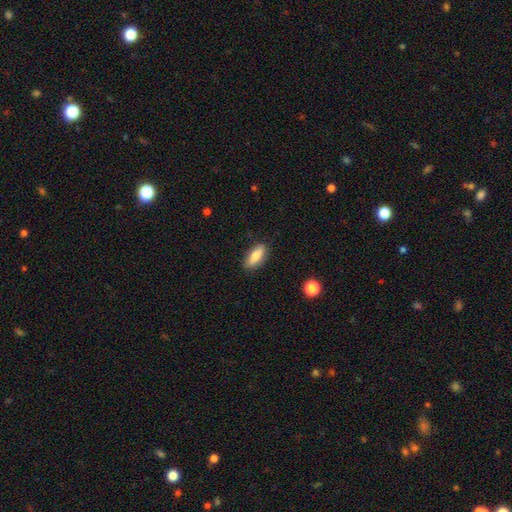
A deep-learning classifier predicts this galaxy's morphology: Smooth or featured: smooth — 75% (featured or disk — 18%)
How rounded: in between — 70% (cigar-shaped — 27%)
Merging: none — 85% (minor disturbance — 11%)